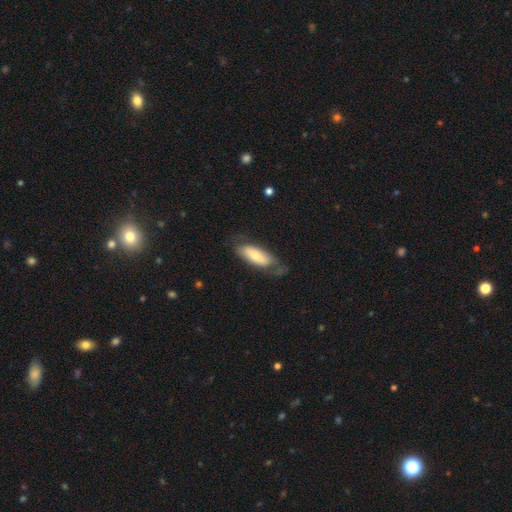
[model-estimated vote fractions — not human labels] Smooth or featured? Predicted: smooth (p=0.64). How rounded? Predicted: in between (p=0.75). Merging? Predicted: none (p=0.54).